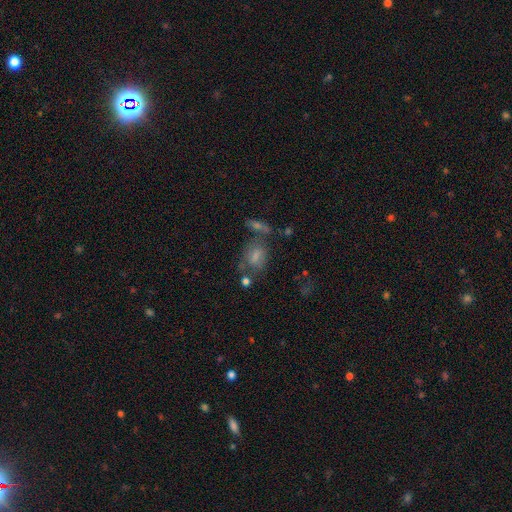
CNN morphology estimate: Smooth or featured: smooth — 47% (featured or disk — 28%)
Merging: none — 54% (merger — 20%)